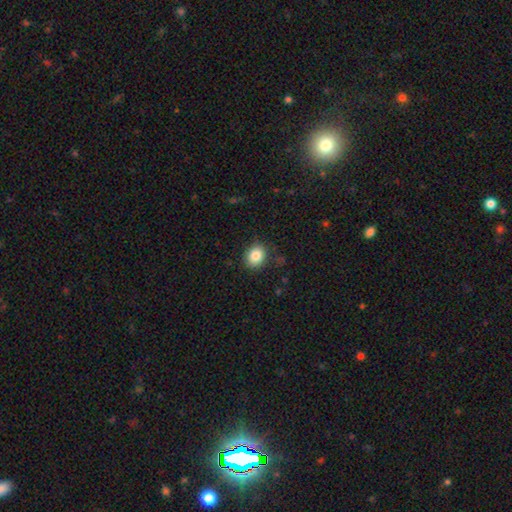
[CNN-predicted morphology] smooth 84%, star or artifact 9%, featured or disk 6%. Down the decision tree: how rounded — round (57%); merging — none (85%).